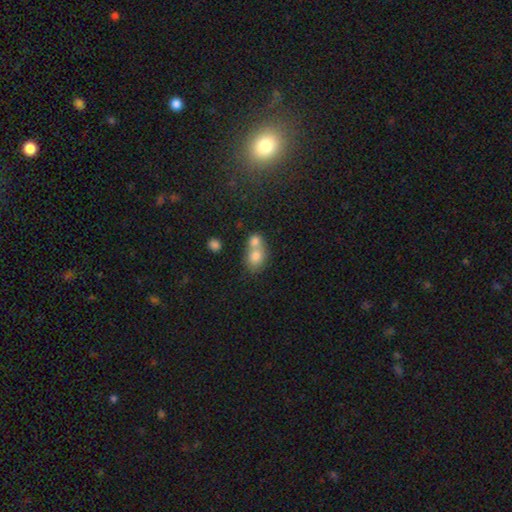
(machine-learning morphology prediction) Smooth or featured: smooth — 76% (featured or disk — 14%)
How rounded: round — 54% (in between — 45%)
Merging: merger — 65% (none — 26%)